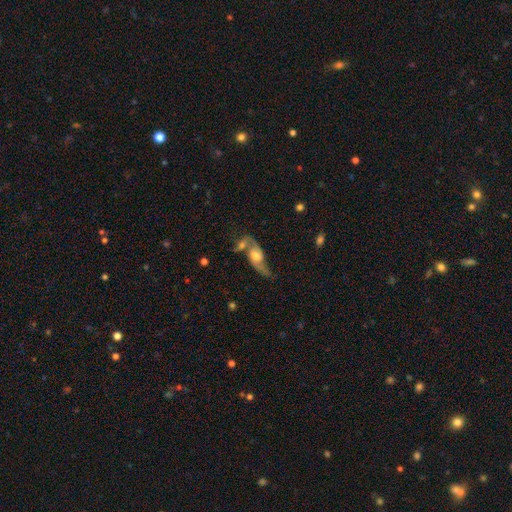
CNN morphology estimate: The model was most divided on "merging": merger: 36%, none: 32%, minor disturbance: 17%, major disturbance: 15%. More confident: edge-on disk — no (88%); spiral arms — yes (87%); spiral arm count — 2 (86%); smooth or featured — featured or disk (73%); spiral winding — loose (67%); bar — no (64%); bulge size — moderate (50%).